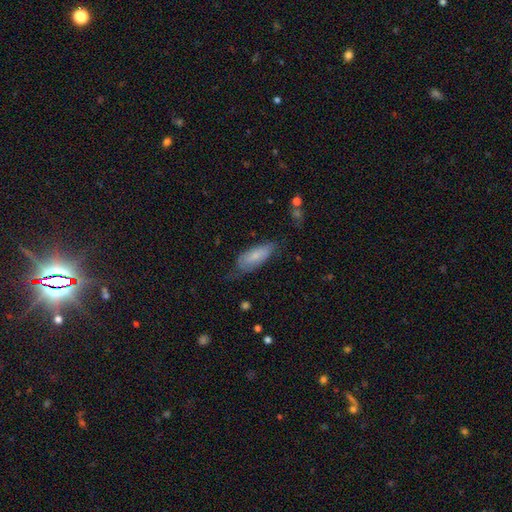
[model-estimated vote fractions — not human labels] smooth_or_featured: smooth (p=0.66) [alt: featured or disk p=0.27]
how_rounded: in between (p=0.76) [alt: cigar-shaped p=0.22]
merging: none (p=0.56) [alt: minor disturbance p=0.31]